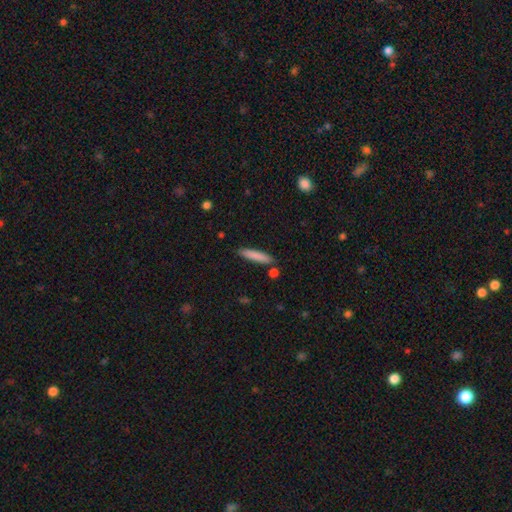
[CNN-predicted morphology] A smooth galaxy with no disk features (82%) that is cigar-shaped (89%).

Vote fractions:
- Smooth or featured? smooth: 82% / featured or disk: 12% / star or artifact: 6%
- How rounded? cigar-shaped: 89% / in between: 9% / round: 1%
- Merging? none: 85% / minor disturbance: 9% / merger: 4% / major disturbance: 2%